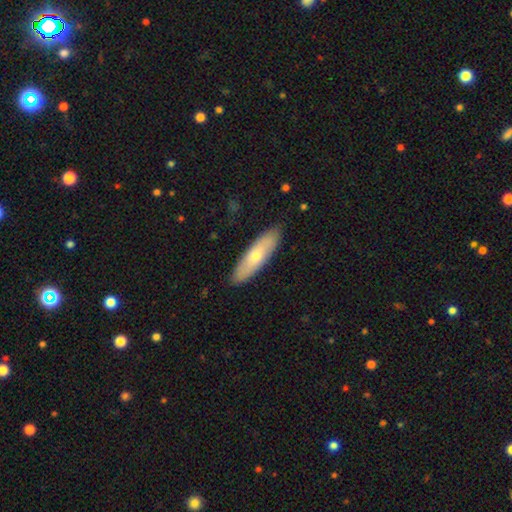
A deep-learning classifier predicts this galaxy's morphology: Smooth or featured: smooth — 63% (featured or disk — 31%)
How rounded: cigar-shaped — 60% (in between — 38%)
Merging: none — 88% (minor disturbance — 9%)